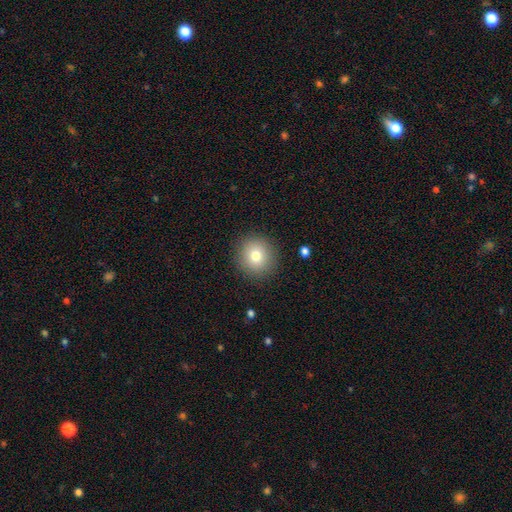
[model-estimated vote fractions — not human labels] Smooth or featured?
  - smooth: 77% *
  - featured or disk: 12%
  - star or artifact: 11%
How rounded?
  - round: 92% *
  - in between: 7%
  - cigar-shaped: 1%
Merging?
  - none: 90% *
  - minor disturbance: 7%
  - major disturbance: 3%
  - merger: 1%